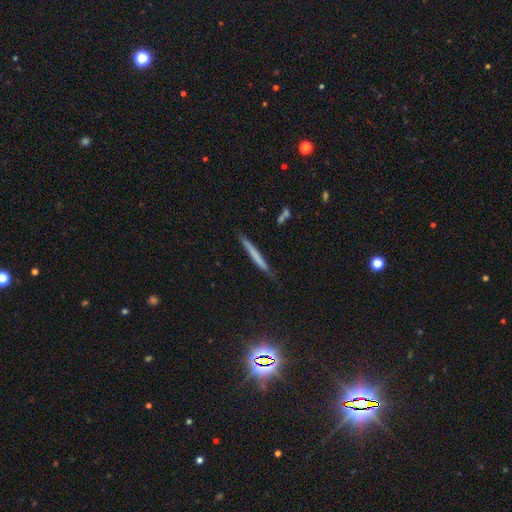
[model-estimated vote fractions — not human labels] smooth_or_featured: smooth (p=0.59) [alt: featured or disk p=0.33]
how_rounded: cigar-shaped (p=0.96) [alt: in between p=0.02]
merging: none (p=0.82) [alt: minor disturbance p=0.13]